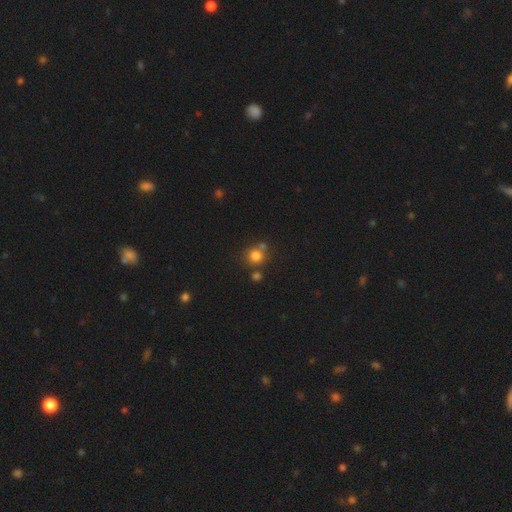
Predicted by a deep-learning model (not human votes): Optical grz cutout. It shows a smooth galaxy with no disk features (79%) that is round (90%). Merging: none (67%).